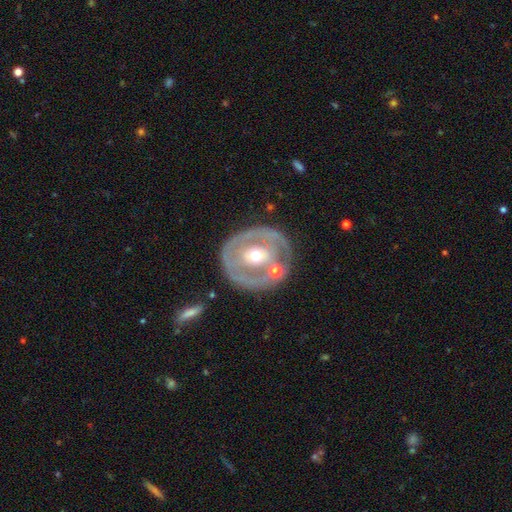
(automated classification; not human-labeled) Q: Smooth or featured?
A: featured or disk (68%); runner-up: smooth (26%)
Q: Edge-on disk?
A: no (95%); runner-up: yes (5%)
Q: Bar?
A: no (64%); runner-up: weak (24%)
Q: Spiral arms?
A: no (71%); runner-up: yes (29%)
Q: Bulge size?
A: moderate (70%); runner-up: small (22%)
Q: Merging?
A: none (68%); runner-up: minor disturbance (15%)